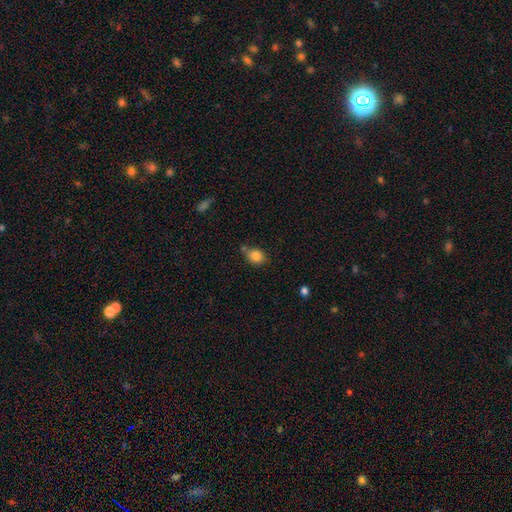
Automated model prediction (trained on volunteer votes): smooth 84%, star or artifact 10%, featured or disk 6%. Down the decision tree: how rounded — round (54%); merging — none (57%).